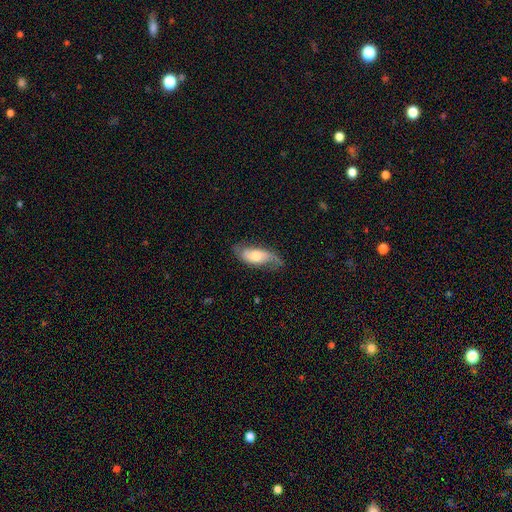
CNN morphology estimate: Smooth or featured? Predicted: featured or disk (p=0.58). Edge-on disk? Predicted: no (p=0.87). Bar? Predicted: no (p=0.67). Spiral arms? Predicted: yes (p=0.85). Bulge size? Predicted: moderate (p=0.63). Merging? Predicted: none (p=0.62).